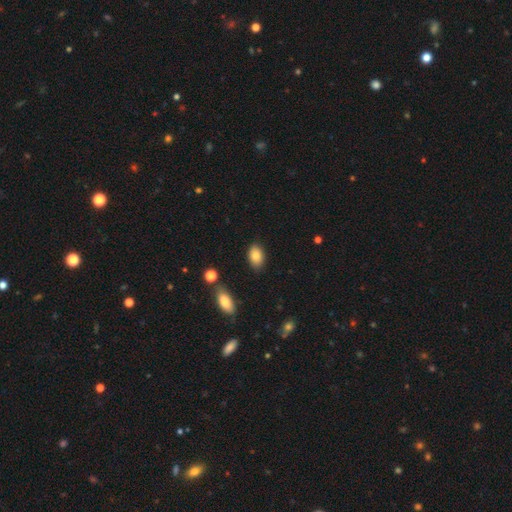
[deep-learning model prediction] A smooth galaxy with no disk features (85%) that is in between round and cigar-shaped (89%).

Vote fractions:
- Smooth or featured? smooth: 85% / star or artifact: 8% / featured or disk: 7%
- How rounded? in between: 89% / round: 10% / cigar-shaped: 2%
- Merging? none: 83% / minor disturbance: 12% / major disturbance: 3% / merger: 2%